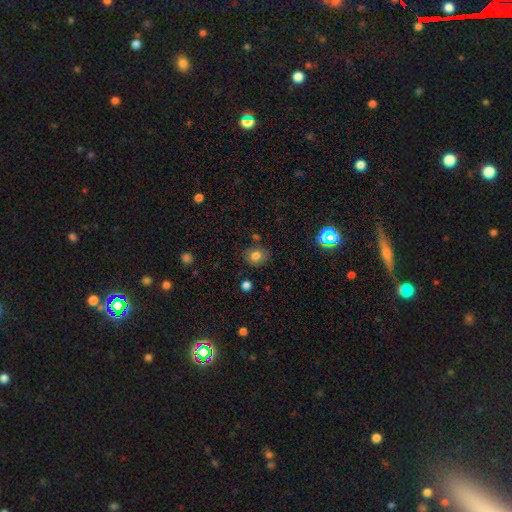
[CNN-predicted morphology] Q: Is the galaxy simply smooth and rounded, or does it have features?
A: smooth — 78%.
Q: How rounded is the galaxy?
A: round — 62%.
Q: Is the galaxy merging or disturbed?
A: none — 78%.